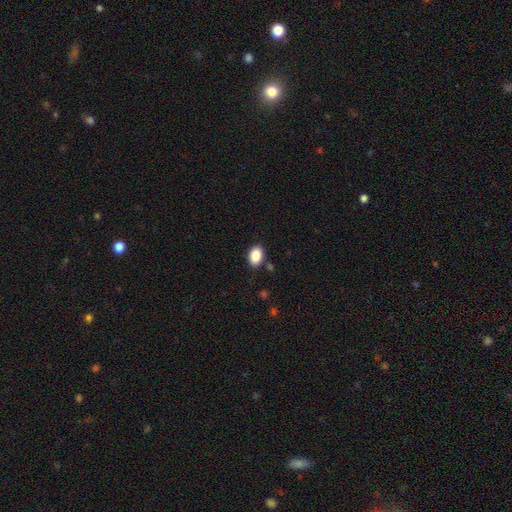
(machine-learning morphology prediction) The model was most divided on "how rounded": in between: 86%, round: 13%, cigar-shaped: 1%. More confident: smooth or featured — smooth (88%); merging — none (86%).